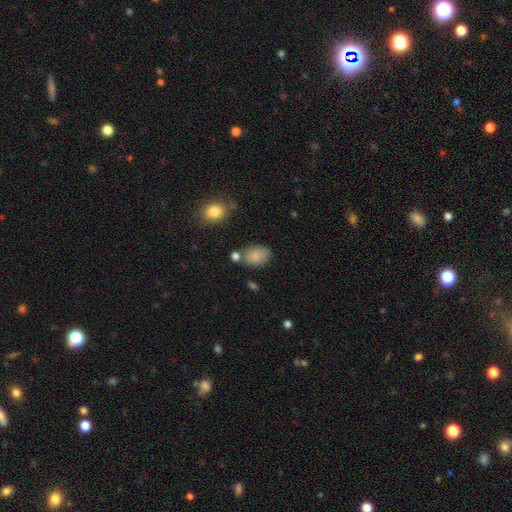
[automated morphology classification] Smooth or featured: smooth — 84% (star or artifact — 8%)
How rounded: in between — 80% (round — 19%)
Merging: none — 66% (minor disturbance — 19%)